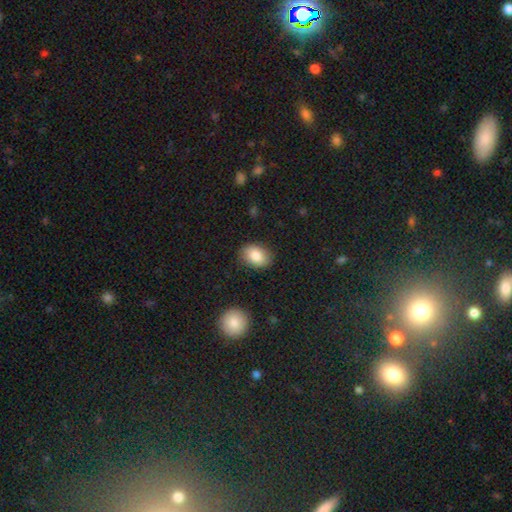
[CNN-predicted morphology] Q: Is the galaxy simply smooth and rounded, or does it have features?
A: smooth — 85%.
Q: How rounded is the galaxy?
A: in between — 77%.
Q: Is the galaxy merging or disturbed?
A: none — 84%.